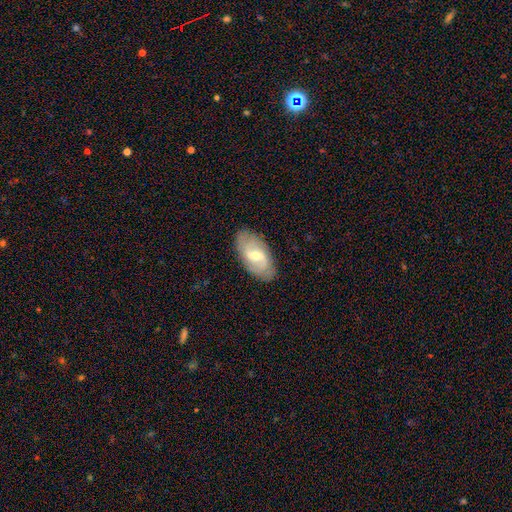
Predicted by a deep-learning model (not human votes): Morphology: type=featured or disk (59%); edge-on=no (92%); bar=weak (58%); spiral arms=yes (71%); bulge=moderate (57%); merging=none (83%).